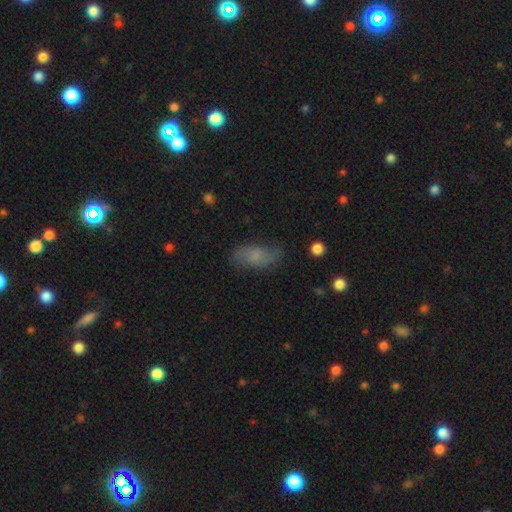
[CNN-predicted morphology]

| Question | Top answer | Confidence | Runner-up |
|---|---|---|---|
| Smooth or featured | smooth | 61% | featured or disk (28%) |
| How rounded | in between | 86% | cigar-shaped (10%) |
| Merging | none | 71% | minor disturbance (20%) |